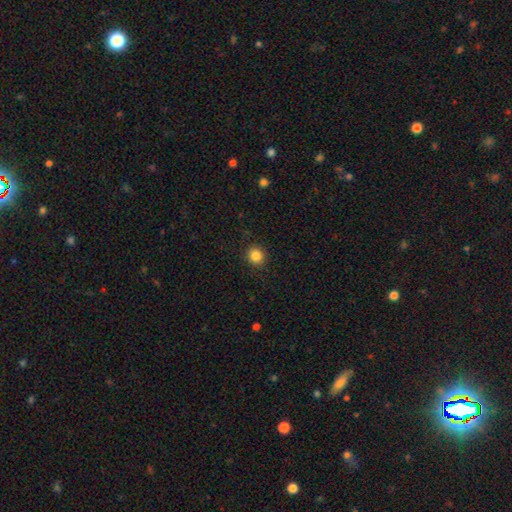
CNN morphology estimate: A smooth galaxy with no disk features (85%) that is round (86%).

Vote fractions:
- Smooth or featured? smooth: 85% / star or artifact: 11% / featured or disk: 4%
- How rounded? round: 86% / in between: 13% / cigar-shaped: 1%
- Merging? none: 90% / minor disturbance: 7% / major disturbance: 2% / merger: 1%